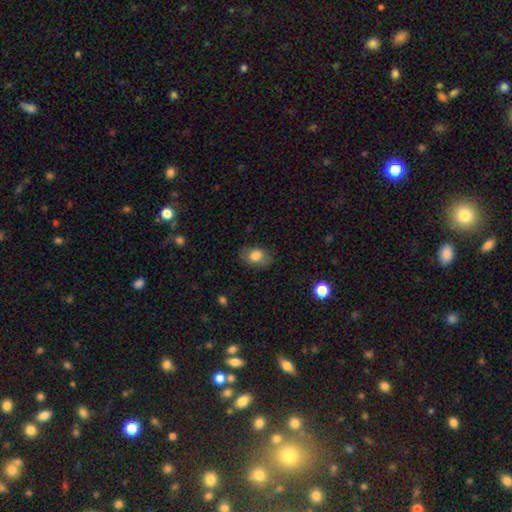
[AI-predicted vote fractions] smooth-or-featured: smooth: 79% | featured or disk: 12% | star or artifact: 8%
  how-rounded: in between: 79% | round: 20% | cigar-shaped: 1%
  merging: none: 77% | minor disturbance: 17% | major disturbance: 5% | merger: 1%